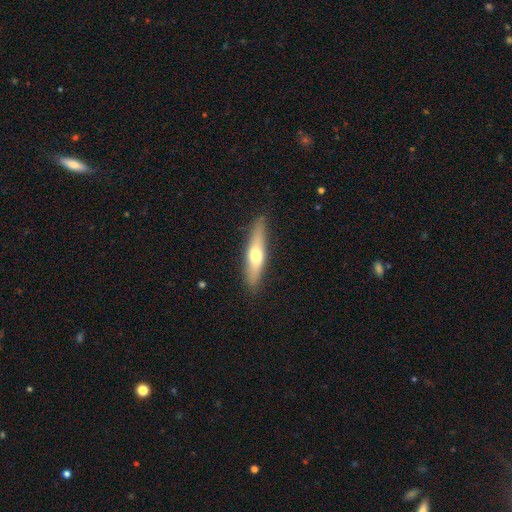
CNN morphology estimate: smooth_or_featured: smooth (p=0.52) [alt: featured or disk p=0.43]
how_rounded: cigar-shaped (p=0.80) [alt: in between p=0.18]
merging: none (p=0.86) [alt: minor disturbance p=0.10]